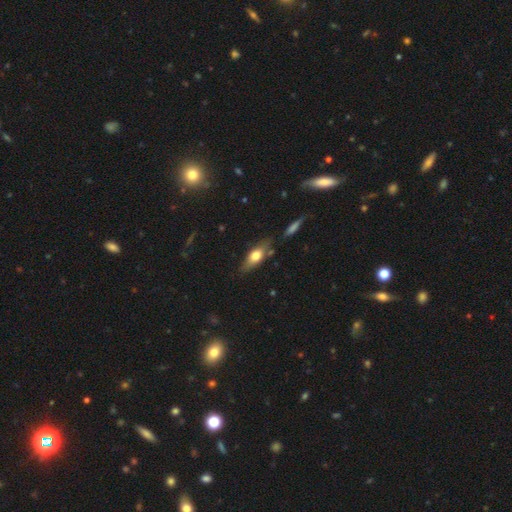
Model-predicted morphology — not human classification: This appears to be a smooth galaxy with no disk features (64%) that is in between round and cigar-shaped (66%). Merging: none (68%).